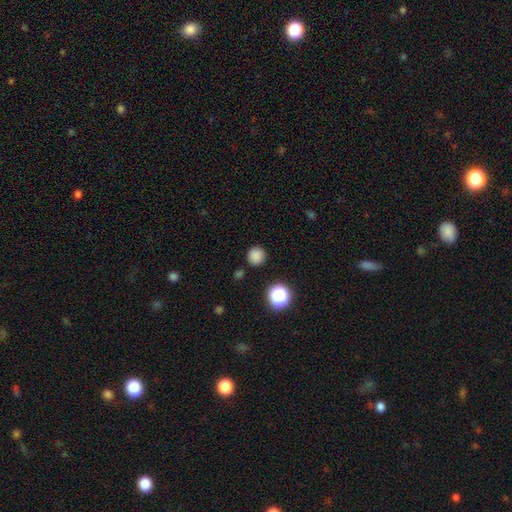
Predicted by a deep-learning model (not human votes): A smooth galaxy with no disk features (83%) that is round (94%).

Vote fractions:
- Smooth or featured? smooth: 83% / star or artifact: 13% / featured or disk: 4%
- How rounded? round: 94% / in between: 5% / cigar-shaped: 1%
- Merging? none: 87% / minor disturbance: 7% / merger: 3% / major disturbance: 2%